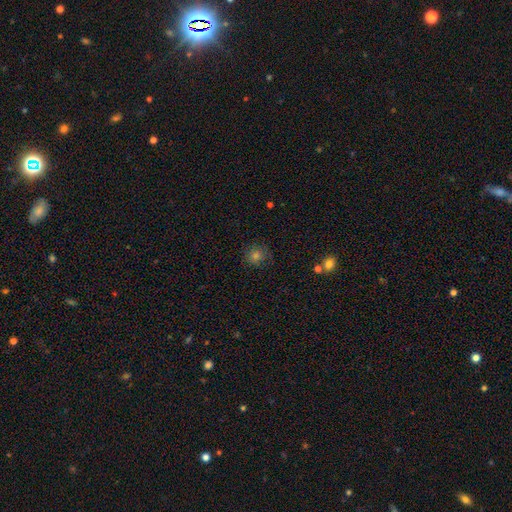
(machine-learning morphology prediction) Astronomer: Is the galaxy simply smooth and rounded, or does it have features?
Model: smooth — 70%.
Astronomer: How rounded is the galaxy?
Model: round — 89%.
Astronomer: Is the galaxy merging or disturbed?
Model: none — 84%.